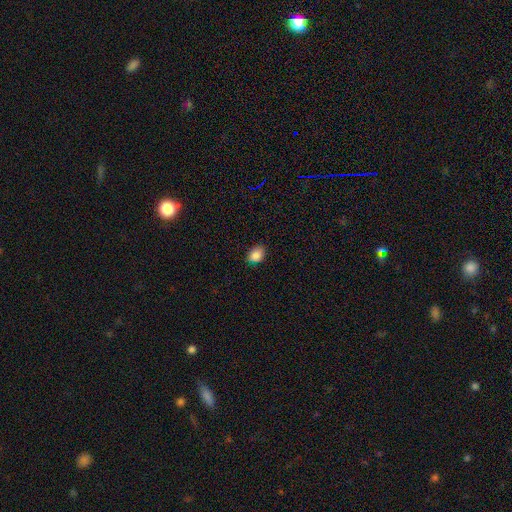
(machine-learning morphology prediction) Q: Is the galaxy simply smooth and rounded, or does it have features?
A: smooth — 86%.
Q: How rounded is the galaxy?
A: in between — 68%.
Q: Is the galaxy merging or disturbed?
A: none — 78%.